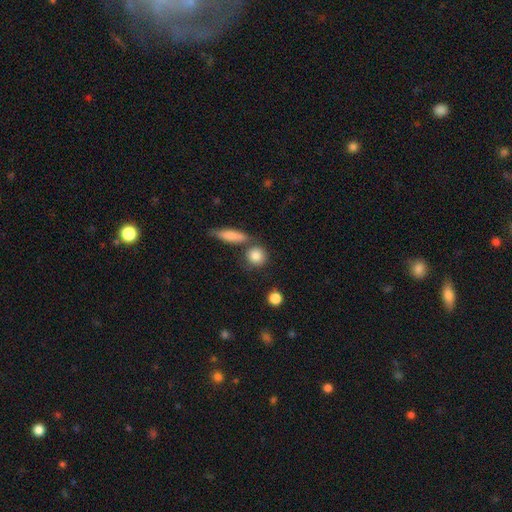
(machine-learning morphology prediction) Smooth or featured? smooth (85%)
How rounded? round (83%)
Merging? none (69%)